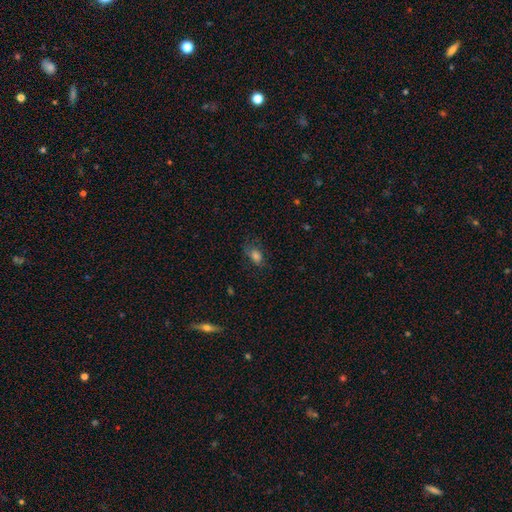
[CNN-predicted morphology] Smooth or featured: smooth — 72% (star or artifact — 16%)
How rounded: in between — 77% (round — 20%)
Merging: none — 62% (minor disturbance — 23%)